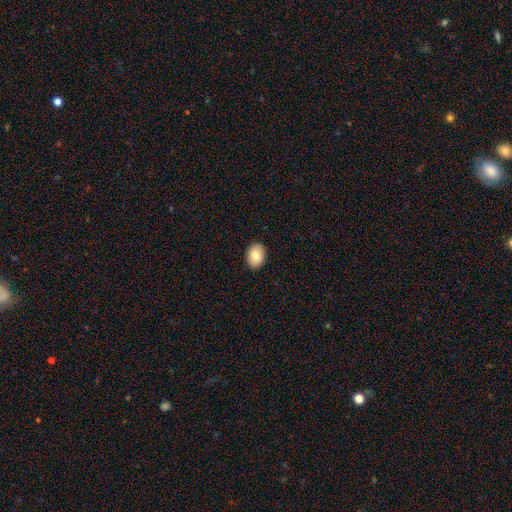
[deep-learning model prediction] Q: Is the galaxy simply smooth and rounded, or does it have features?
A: smooth — 81%.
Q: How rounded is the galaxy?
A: in between — 63%.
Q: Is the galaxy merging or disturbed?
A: none — 90%.